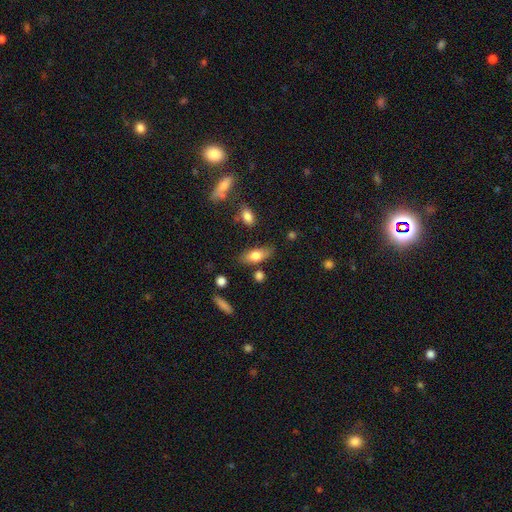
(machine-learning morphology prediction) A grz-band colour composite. It shows a smooth galaxy with no disk features (74%) that is in between round and cigar-shaped (77%). Merging: none (76%).